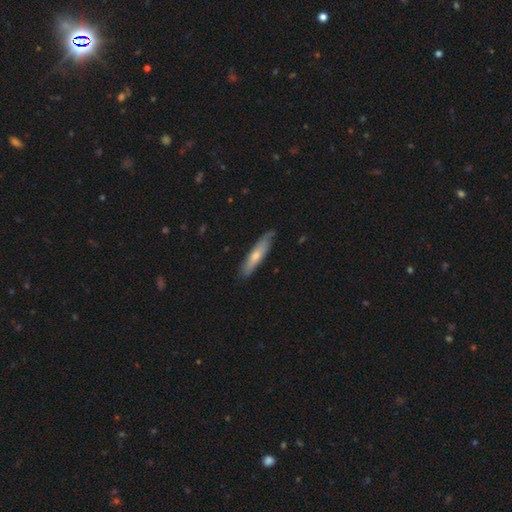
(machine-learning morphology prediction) Overall: smooth (54%; featured or disk 40%). How rounded: cigar-shaped (83%). Merging: none (80%).